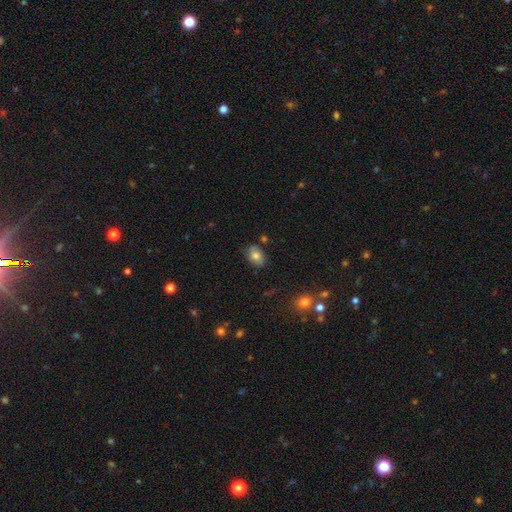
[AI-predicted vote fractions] smooth-or-featured: smooth: 78% | featured or disk: 13% | star or artifact: 9%
  how-rounded: in between: 81% | round: 17% | cigar-shaped: 1%
  merging: none: 80% | minor disturbance: 14% | merger: 3% | major disturbance: 3%